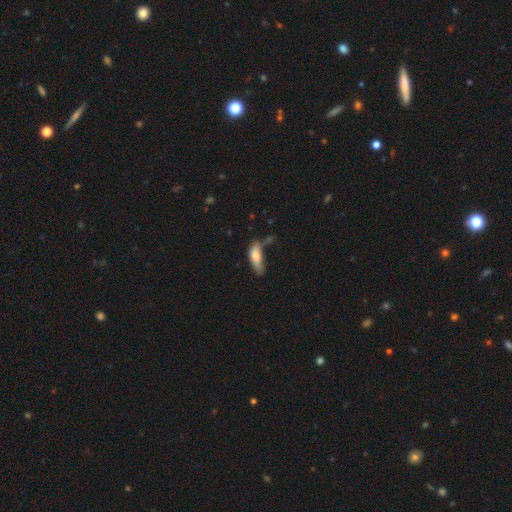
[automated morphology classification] smooth_or_featured: smooth (p=0.75) [alt: featured or disk p=0.17]
how_rounded: in between (p=0.65) [alt: cigar-shaped p=0.32]
merging: minor disturbance (p=0.32) [alt: none p=0.30]